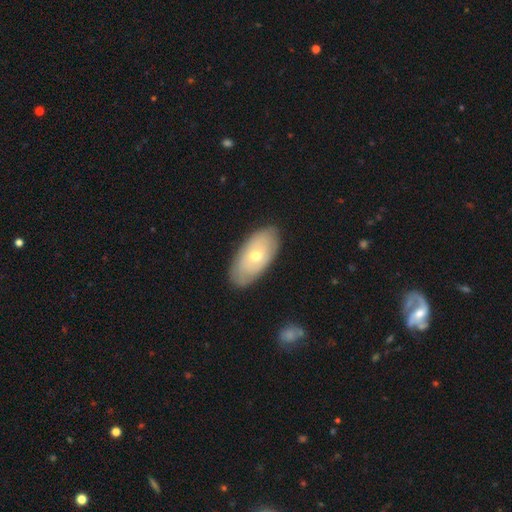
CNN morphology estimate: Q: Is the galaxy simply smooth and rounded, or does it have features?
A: smooth — 49%.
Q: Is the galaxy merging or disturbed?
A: none — 85%.